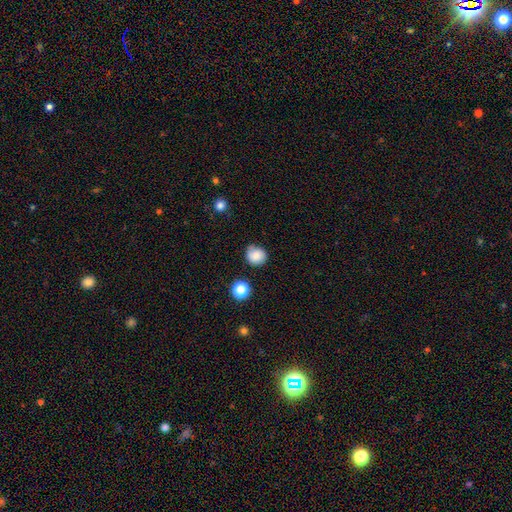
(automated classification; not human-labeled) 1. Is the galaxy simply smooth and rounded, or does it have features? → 81% smooth, 10% star or artifact, 9% featured or disk.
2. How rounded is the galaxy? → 83% round, 16% in between, 1% cigar-shaped.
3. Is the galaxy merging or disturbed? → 69% none, 23% minor disturbance, 5% major disturbance, 3% merger.